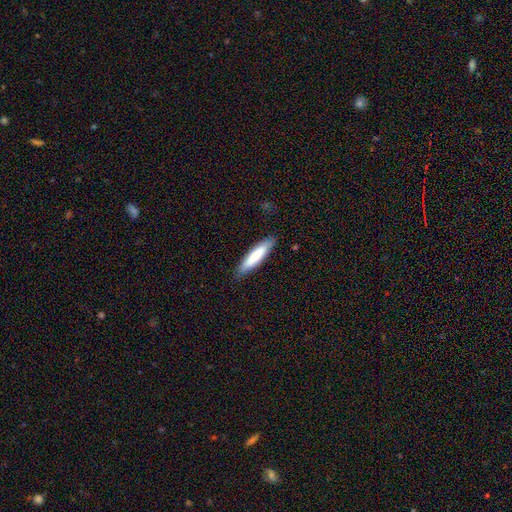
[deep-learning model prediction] Smooth or featured?
  - smooth: 78% *
  - featured or disk: 17%
  - star or artifact: 5%
How rounded?
  - cigar-shaped: 80% *
  - in between: 19%
  - round: 1%
Merging?
  - none: 86% *
  - minor disturbance: 11%
  - major disturbance: 2%
  - merger: 1%